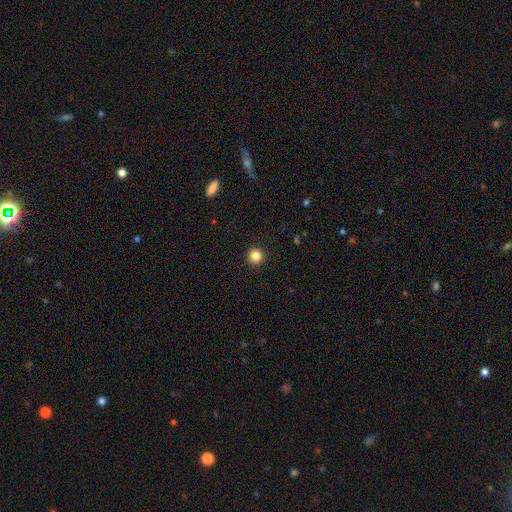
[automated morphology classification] Smooth or featured: smooth — 84% (star or artifact — 12%)
How rounded: round — 94% (in between — 5%)
Merging: none — 93% (minor disturbance — 4%)